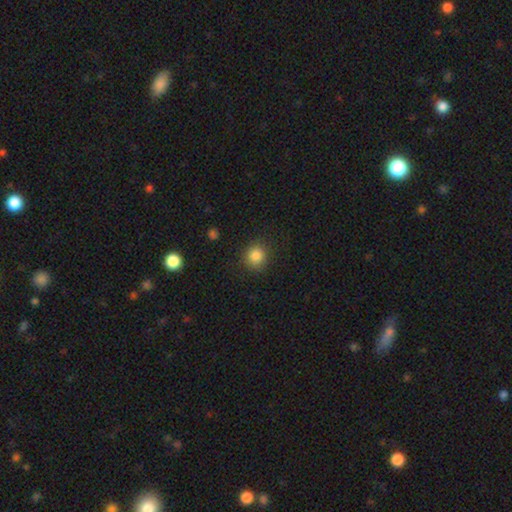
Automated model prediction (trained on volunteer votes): Smooth or featured: smooth — 85% (star or artifact — 11%)
How rounded: round — 88% (in between — 11%)
Merging: none — 87% (minor disturbance — 9%)